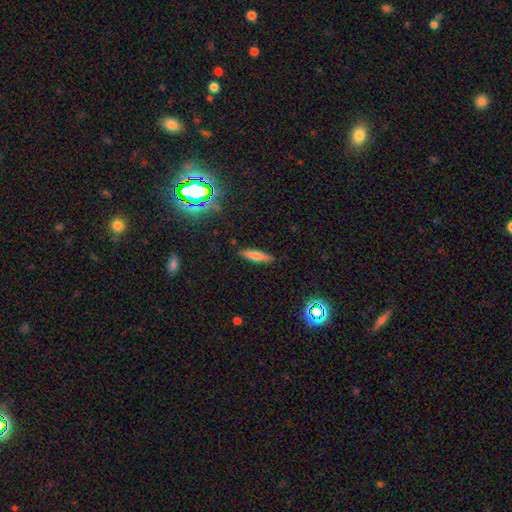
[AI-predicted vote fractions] Smooth or featured? smooth (65%)
How rounded? cigar-shaped (76%)
Merging? none (88%)